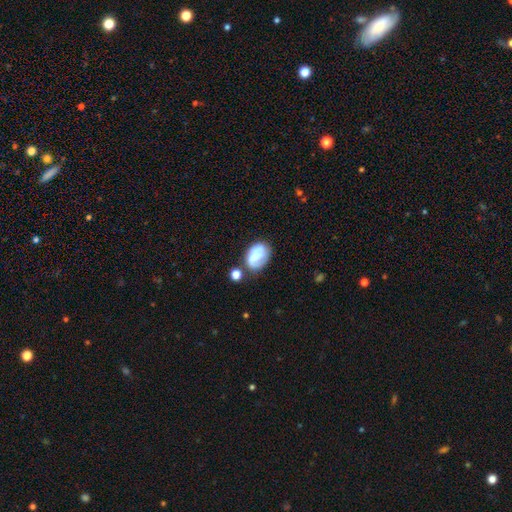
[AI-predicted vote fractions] A featured or disk galaxy (55%) with a weak bar (42%), spiral arms (79%) and a small central bulge (39%). Merging: none (59%).